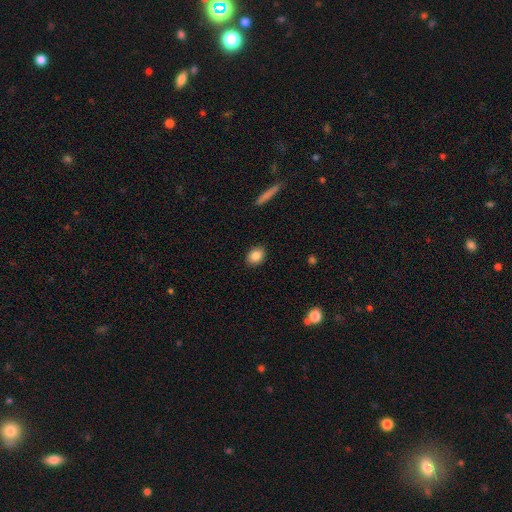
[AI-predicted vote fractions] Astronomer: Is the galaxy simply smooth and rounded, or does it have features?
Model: smooth — 84%.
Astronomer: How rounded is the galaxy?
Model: in between — 59% (runner-up: round, 39%).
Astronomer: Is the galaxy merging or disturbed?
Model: none — 90%.